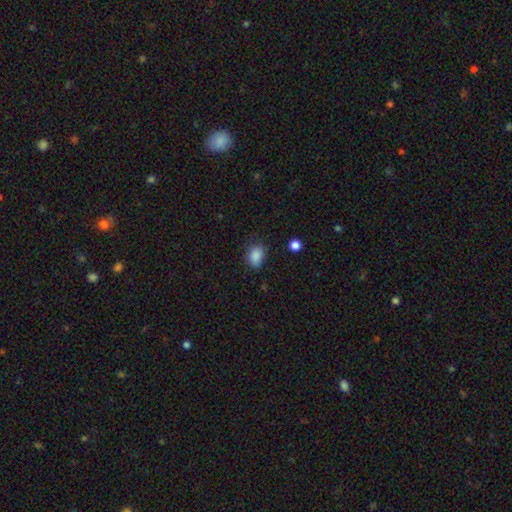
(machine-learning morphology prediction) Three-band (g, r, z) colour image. It shows a smooth galaxy with no disk features (86%) that is in between round and cigar-shaped (70%). Merging: none (71%).